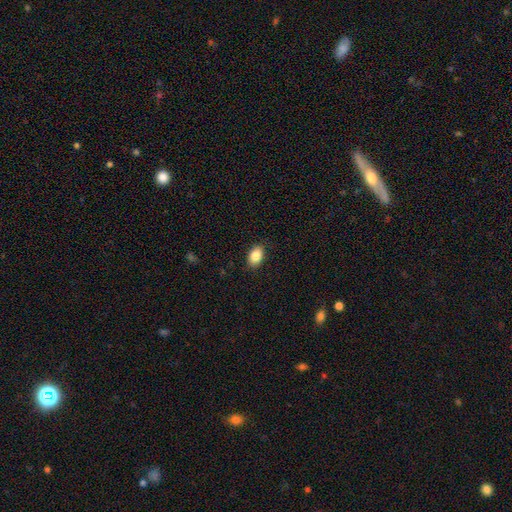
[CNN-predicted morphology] Overall: smooth (87%). How rounded: in between (85%). Merging: none (87%).